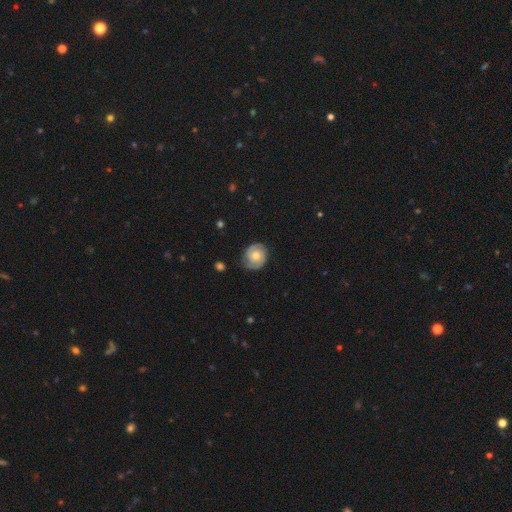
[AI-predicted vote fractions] A featured or disk galaxy (75%) with no bar (72%), 2 (85%) tight (62%) spiral arms (94%) and a moderate central bulge (61%). Merging: none (80%).